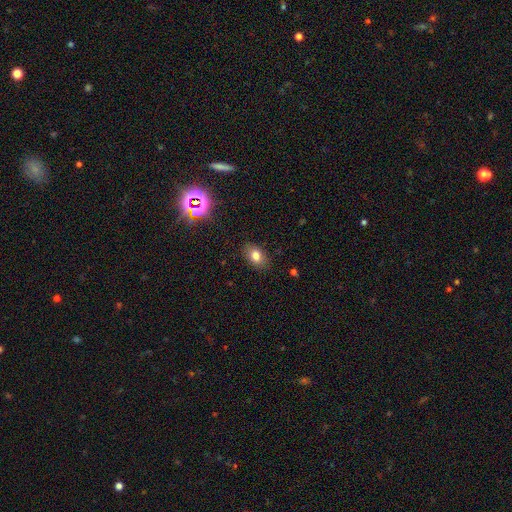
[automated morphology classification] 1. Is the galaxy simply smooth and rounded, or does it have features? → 78% smooth, 12% star or artifact, 10% featured or disk.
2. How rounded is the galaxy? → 82% in between, 17% round, 1% cigar-shaped.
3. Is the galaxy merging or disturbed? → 86% none, 10% minor disturbance, 3% major disturbance, 1% merger.